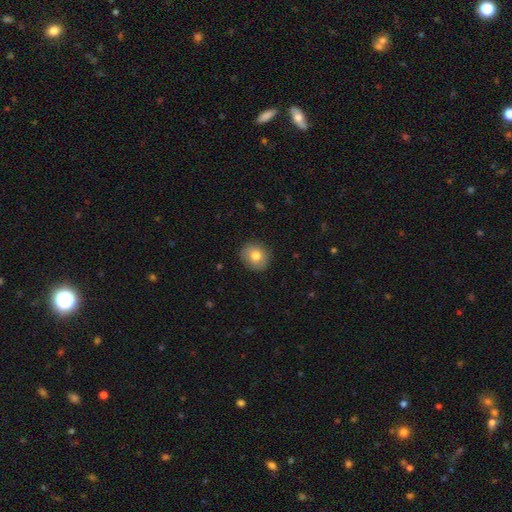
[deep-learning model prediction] Morphology: type=smooth (78%); roundness=round (81%); merging=none (87%).